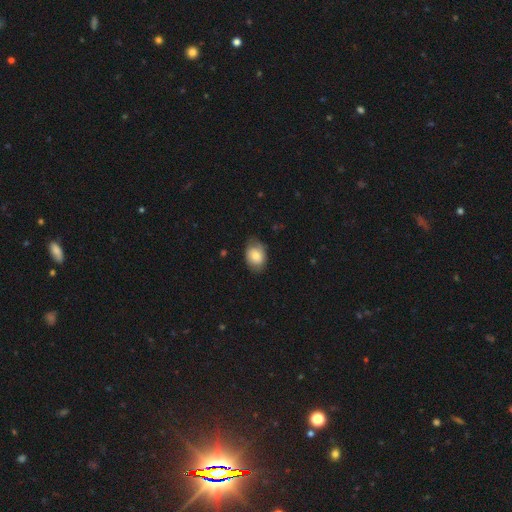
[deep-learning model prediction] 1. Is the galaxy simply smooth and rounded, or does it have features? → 74% smooth, 18% featured or disk, 7% star or artifact.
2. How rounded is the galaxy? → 70% in between, 29% round, 1% cigar-shaped.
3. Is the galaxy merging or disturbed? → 71% none, 23% minor disturbance, 5% major disturbance, 1% merger.